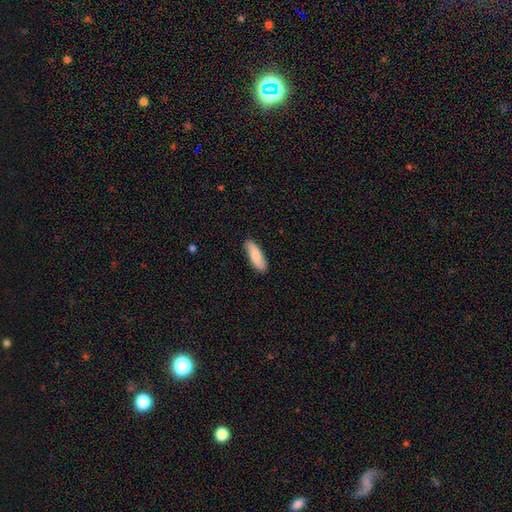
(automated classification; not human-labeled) Morphology: type=smooth (80%); roundness=in between (59%); merging=none (87%).